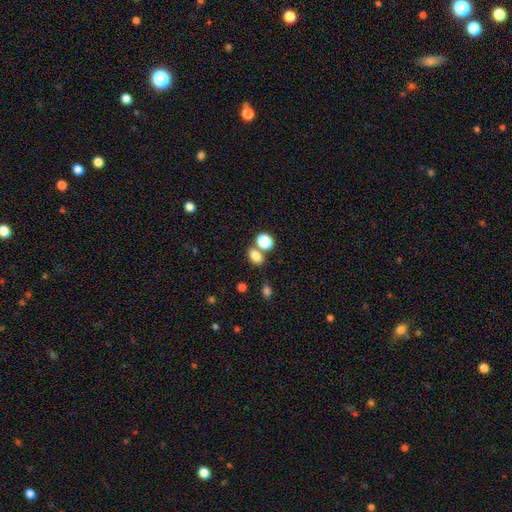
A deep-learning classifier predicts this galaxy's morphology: Overall: smooth (78%). How rounded: in between (66%; round 33%). Merging: none (60%; merger 25%).